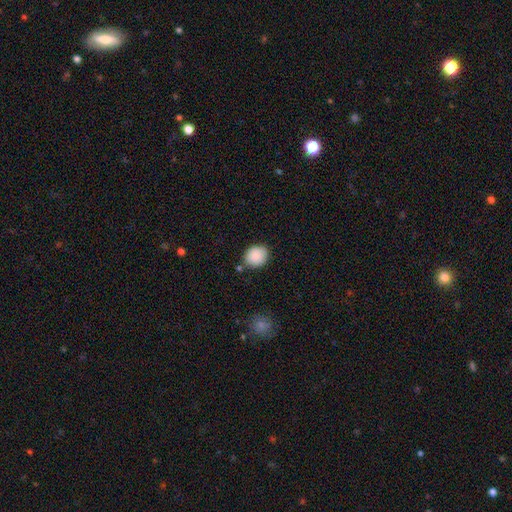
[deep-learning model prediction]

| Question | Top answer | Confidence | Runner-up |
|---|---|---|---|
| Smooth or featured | smooth | 88% | star or artifact (7%) |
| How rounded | round | 70% | in between (29%) |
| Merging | none | 77% | minor disturbance (15%) |